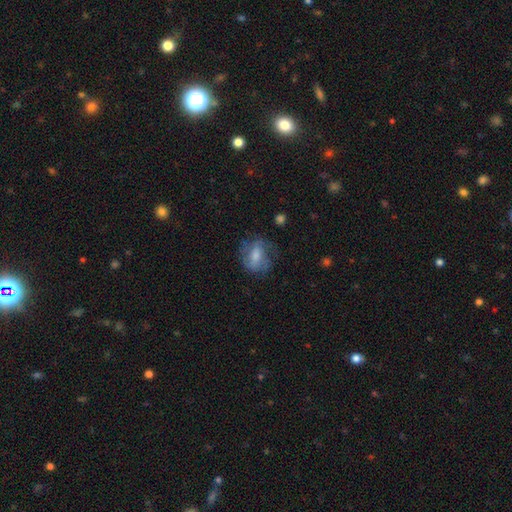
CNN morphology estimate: The model was most divided on "smooth or featured": featured or disk: 48%, smooth: 43%, star or artifact: 8%. More confident: merging — none (53%).